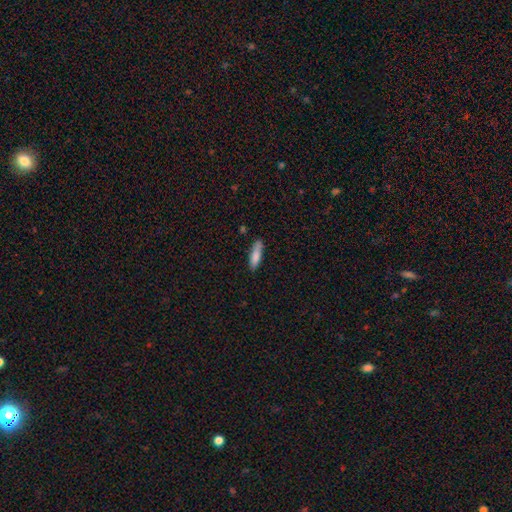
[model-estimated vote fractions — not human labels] A smooth galaxy with no disk features (83%) that is cigar-shaped (66%).

Vote fractions:
- Smooth or featured? smooth: 83% / featured or disk: 11% / star or artifact: 6%
- How rounded? cigar-shaped: 66% / in between: 33% / round: 1%
- Merging? none: 78% / minor disturbance: 17% / major disturbance: 3% / merger: 2%